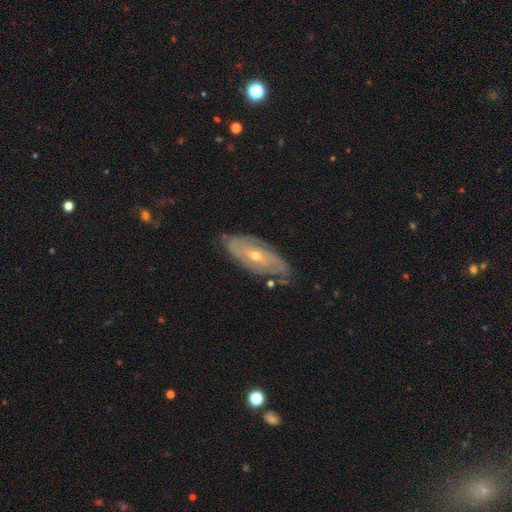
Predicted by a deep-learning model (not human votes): This is likely a featured or disk galaxy (77%). It is clearly not viewed edge-on (87%). Bar: likely no (62%). Spiral arm pattern: clearly yes (84%). Spiral arm count: marginally can't tell (43%). Spiral winding: likely tight (63%). Central bulge: possibly small (53%). Merging: likely none (70%).